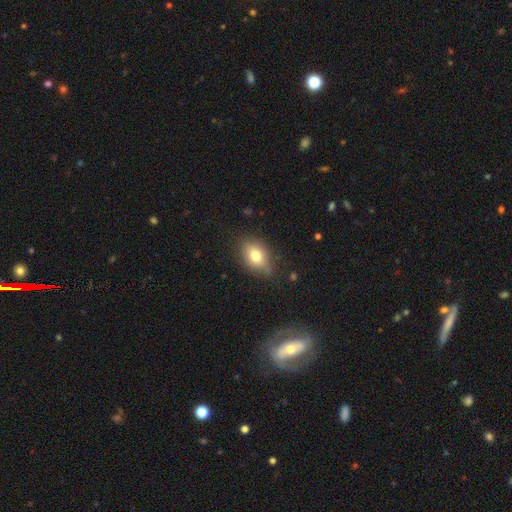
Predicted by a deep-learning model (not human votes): A smooth galaxy with no disk features (74%) that is in between round and cigar-shaped (76%).

Vote fractions:
- Smooth or featured? smooth: 74% / featured or disk: 16% / star or artifact: 10%
- How rounded? in between: 76% / round: 22% / cigar-shaped: 2%
- Merging? none: 74% / minor disturbance: 20% / major disturbance: 4% / merger: 2%